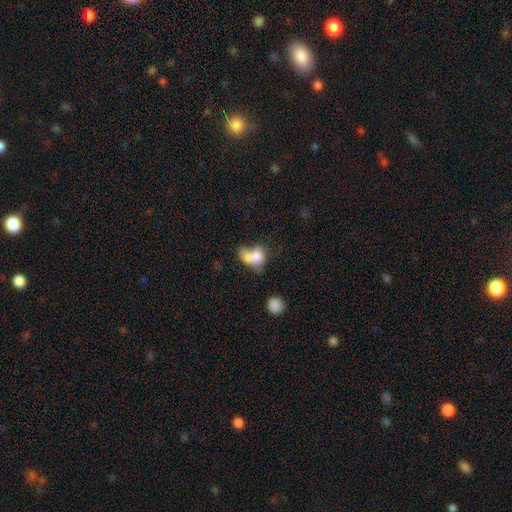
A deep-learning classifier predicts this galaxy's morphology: Overall: smooth (72%). How rounded: in between (56%; round 43%). Merging: merger (70%).